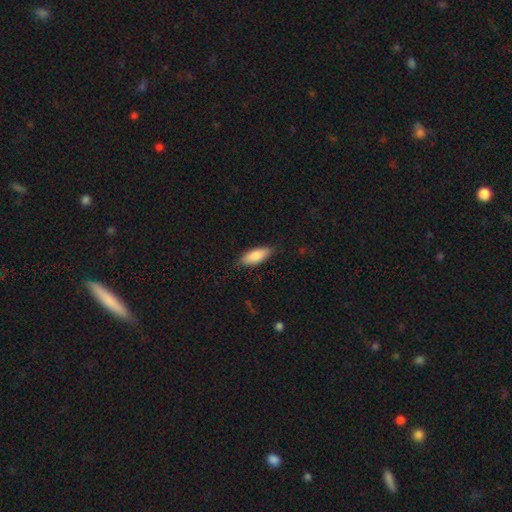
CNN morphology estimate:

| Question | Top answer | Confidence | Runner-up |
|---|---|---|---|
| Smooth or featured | smooth | 85% | featured or disk (10%) |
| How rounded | in between | 74% | cigar-shaped (25%) |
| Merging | none | 82% | minor disturbance (14%) |